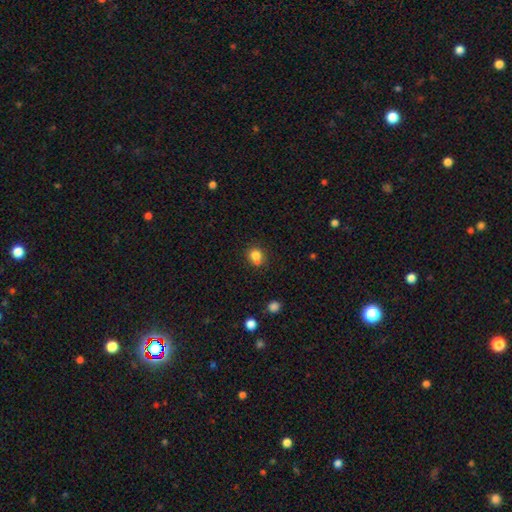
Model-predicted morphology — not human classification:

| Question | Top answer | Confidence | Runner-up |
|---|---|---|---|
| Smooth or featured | smooth | 78% | star or artifact (12%) |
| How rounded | round | 78% | in between (21%) |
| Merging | none | 51% | merger (33%) |